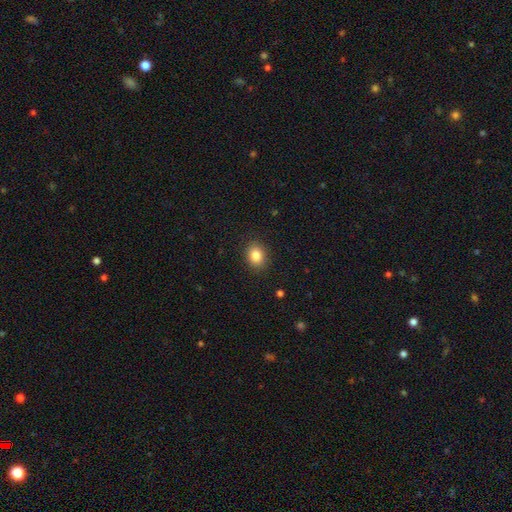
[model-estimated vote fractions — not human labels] Overall: smooth (84%). How rounded: round (51%; in between 48%). Merging: none (89%).